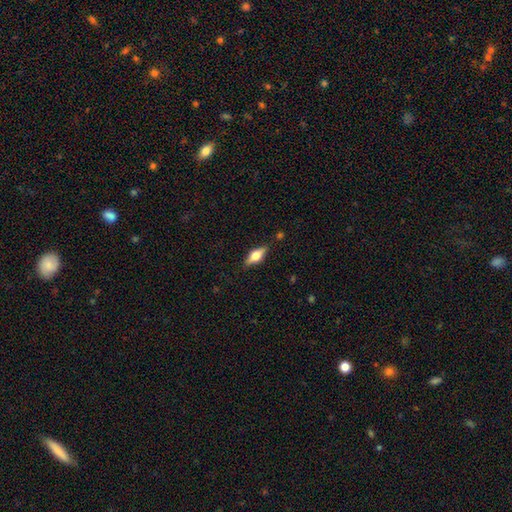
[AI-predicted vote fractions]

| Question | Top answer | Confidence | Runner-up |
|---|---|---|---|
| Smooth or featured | featured or disk | 49% | smooth (44%) |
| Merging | none | 83% | minor disturbance (12%) |